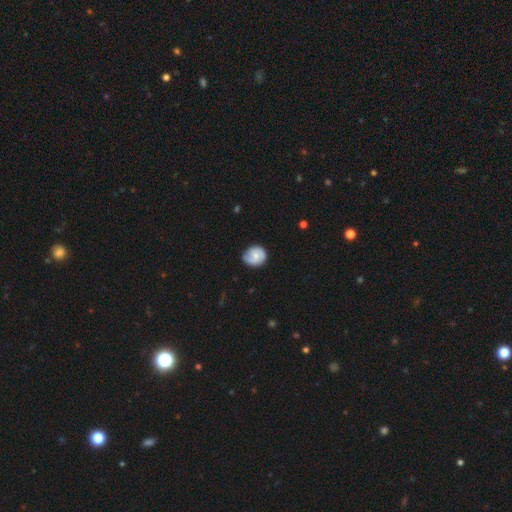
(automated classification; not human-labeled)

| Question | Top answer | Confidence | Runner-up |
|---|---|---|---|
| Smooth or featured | featured or disk | 48% | smooth (45%) |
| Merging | none | 69% | minor disturbance (24%) |